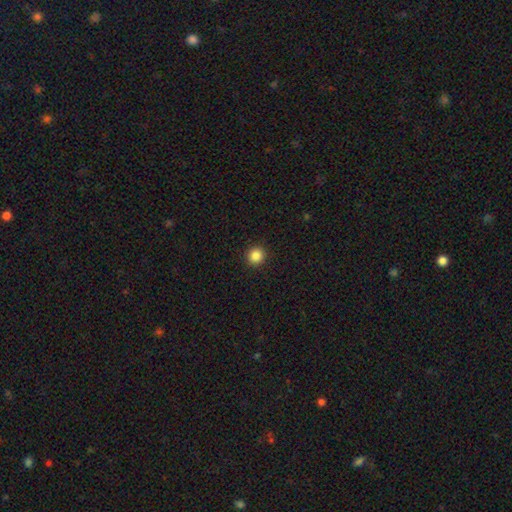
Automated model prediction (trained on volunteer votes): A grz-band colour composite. It shows a smooth galaxy with no disk features (86%) that is round (94%). Merging: none (93%).